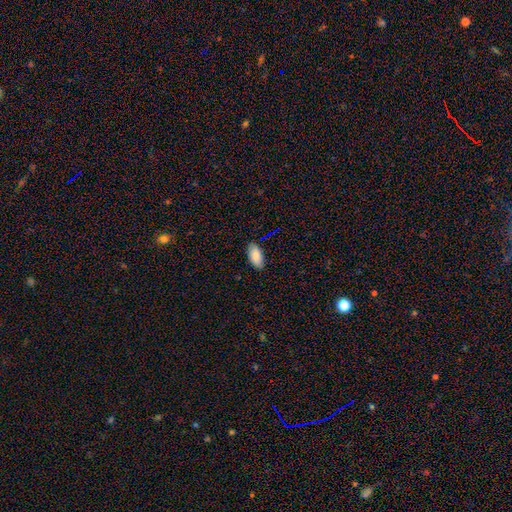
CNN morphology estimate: Smooth or featured: smooth — 86% (featured or disk — 7%)
How rounded: in between — 93% (cigar-shaped — 5%)
Merging: none — 86% (minor disturbance — 10%)